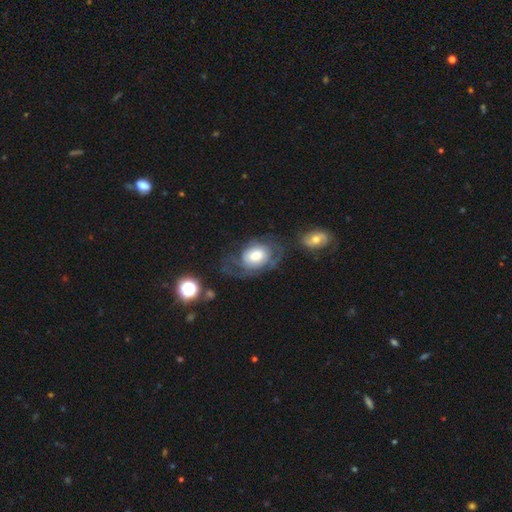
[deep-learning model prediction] A featured or disk galaxy (64%) with no bar (74%), spiral arms (79%) and a large central bulge (42%).

Vote fractions:
- Smooth or featured? featured or disk: 64% / smooth: 29% / star or artifact: 7%
- Edge-on disk? no: 97% / yes: 3%
- Bar? no: 74% / weak: 22% / strong: 4%
- Spiral arms? yes: 79% / no: 21%
- Bulge size? large: 42% / moderate: 40% / small: 10% / dominant: 6% / none: 2%
- Merging? none: 43% / major disturbance: 31% / minor disturbance: 21% / merger: 5%